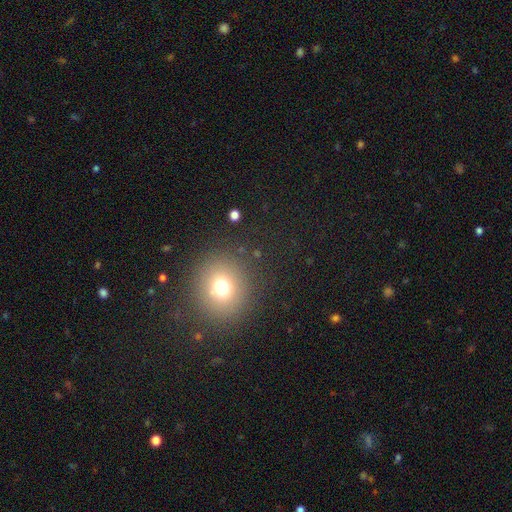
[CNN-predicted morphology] smooth 63%, star or artifact 28%, featured or disk 9%. Down the decision tree: how rounded — round (84%); merging — none (89%).